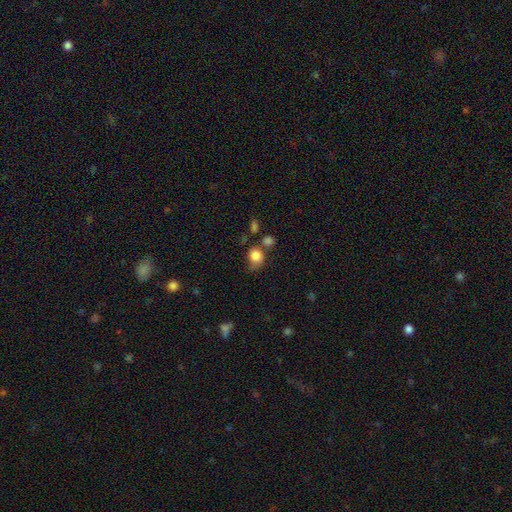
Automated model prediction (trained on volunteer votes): A smooth galaxy with no disk features (84%) that is round (69%).

Vote fractions:
- Smooth or featured? smooth: 84% / star or artifact: 10% / featured or disk: 7%
- How rounded? round: 69% / in between: 30% / cigar-shaped: 1%
- Merging? none: 47% / minor disturbance: 24% / merger: 17% / major disturbance: 12%